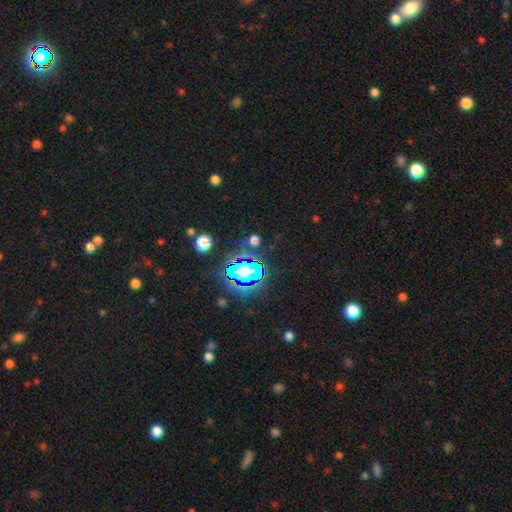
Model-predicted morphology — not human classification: Smooth or featured? star or artifact (79%)